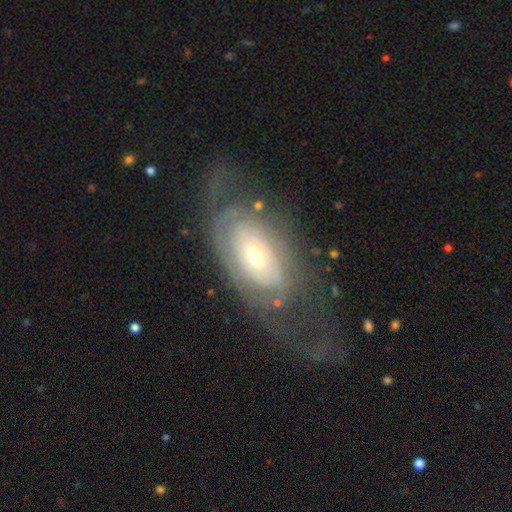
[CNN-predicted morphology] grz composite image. It shows a featured or disk galaxy (70%) with no bar (77%), spiral arms (58%) and a moderate central bulge (48%). Merging: none (45%).